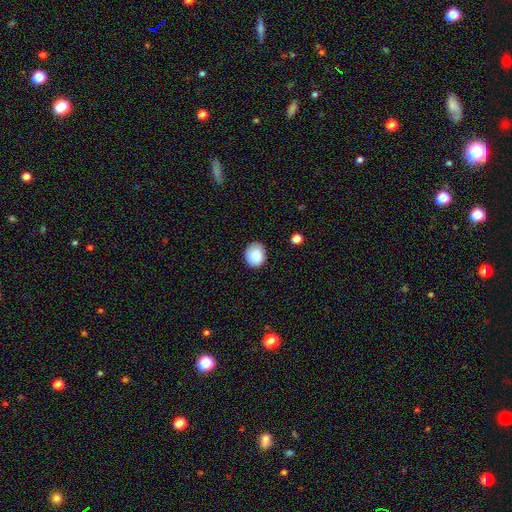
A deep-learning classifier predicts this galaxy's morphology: Smooth or featured? Predicted: smooth (p=0.88). How rounded? Predicted: round (p=0.67). Merging? Predicted: none (p=0.84).